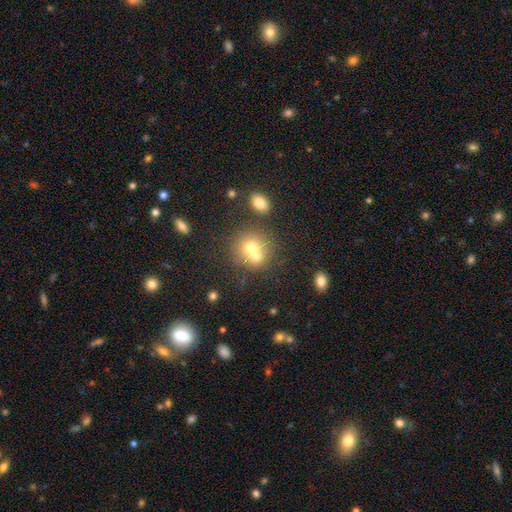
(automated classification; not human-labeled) smooth_or_featured: smooth (p=0.66) [alt: featured or disk p=0.20]
how_rounded: round (p=0.83) [alt: in between p=0.16]
merging: merger (p=0.52) [alt: none p=0.38]